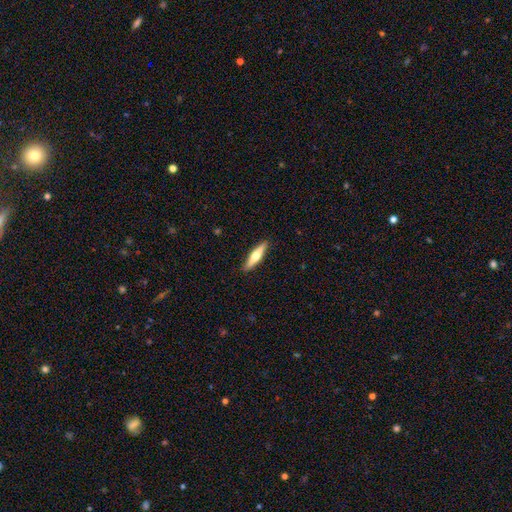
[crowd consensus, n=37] This appears to be a featured or disk galaxy (51%) viewed edge-on (95%) with a rounded central bulge (94%). Merging: none (92%).